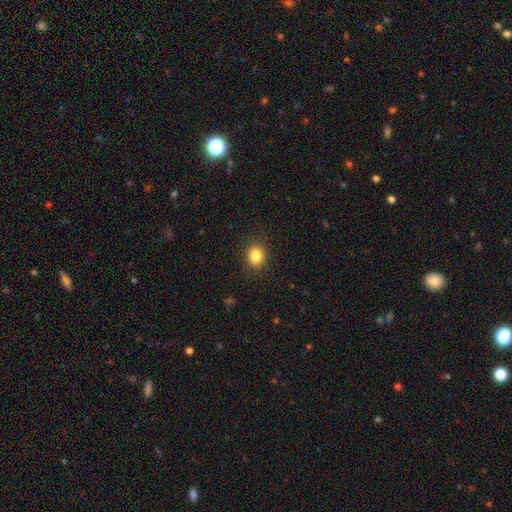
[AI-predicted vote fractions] smooth 85%, star or artifact 10%, featured or disk 5%. Down the decision tree: how rounded — round (59%); merging — none (88%).